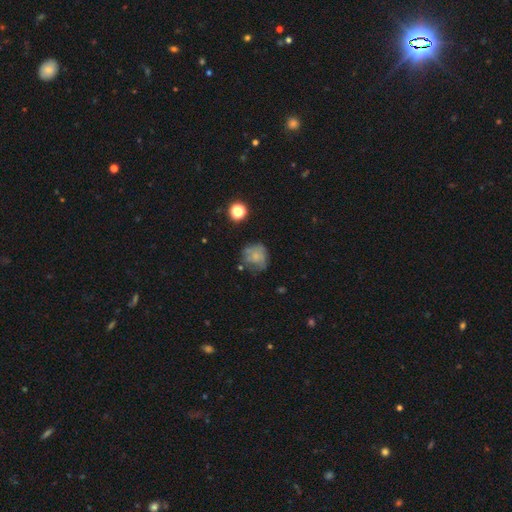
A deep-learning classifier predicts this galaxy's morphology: type=smooth (55%); roundness=round (78%); merging=none (51%).